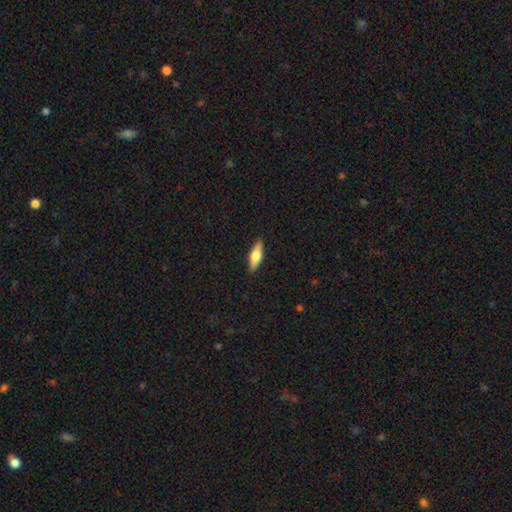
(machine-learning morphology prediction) Overall: smooth (62%; featured or disk 31%). How rounded: in between (51%; cigar-shaped 47%). Merging: none (89%).